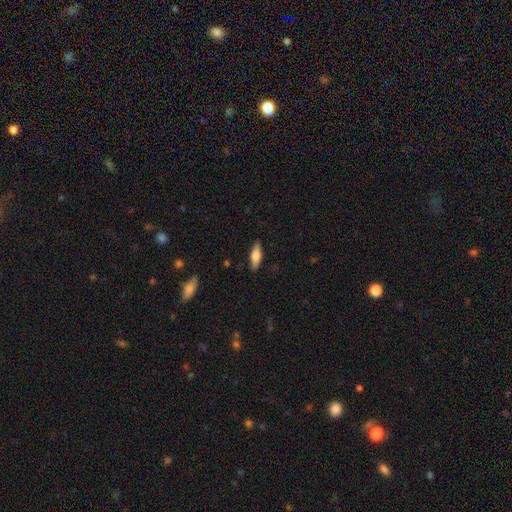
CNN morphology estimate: This appears to be a smooth galaxy with no disk features (64%) that is in between round and cigar-shaped (55%). Merging: none (88%).